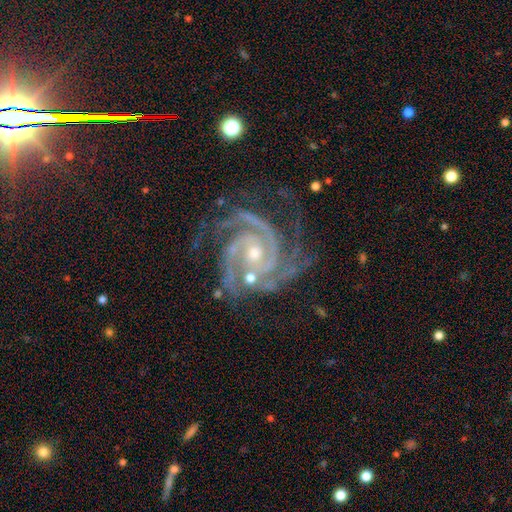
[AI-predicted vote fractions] A featured or disk galaxy (93%) with no bar (57%), 3 (48%) tight (69%) spiral arms (99%) and a small central bulge (57%).

Vote fractions:
- Smooth or featured? featured or disk: 93% / star or artifact: 5% / smooth: 2%
- Edge-on disk? no: 98% / yes: 2%
- Bar? no: 57% / weak: 28% / strong: 15%
- Spiral arms? yes: 99% / no: 1%
- Spiral winding? tight: 69% / medium: 29% / loose: 2%
- Spiral arm count? 3: 48% / 2: 20% / 4: 17% / can't tell: 6% / more than 4: 5% / 1: 5%
- Bulge size? small: 57% / moderate: 40% / none: 1% / large: 1% / dominant: 1%
- Merging? none: 66% / minor disturbance: 20% / major disturbance: 10% / merger: 3%